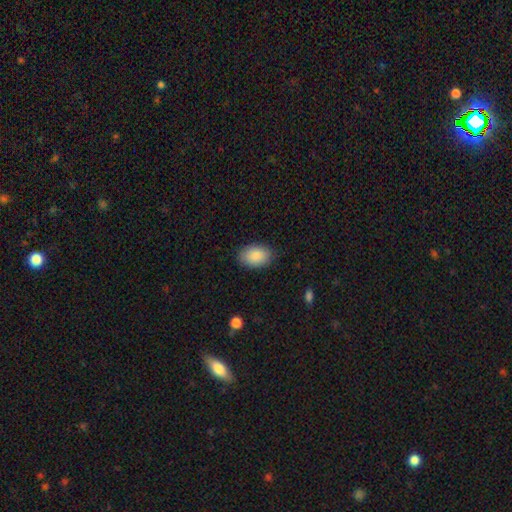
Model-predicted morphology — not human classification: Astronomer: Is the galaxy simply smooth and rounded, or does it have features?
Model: smooth — 89%.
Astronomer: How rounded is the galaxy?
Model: in between — 88%.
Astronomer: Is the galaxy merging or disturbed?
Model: none — 85%.